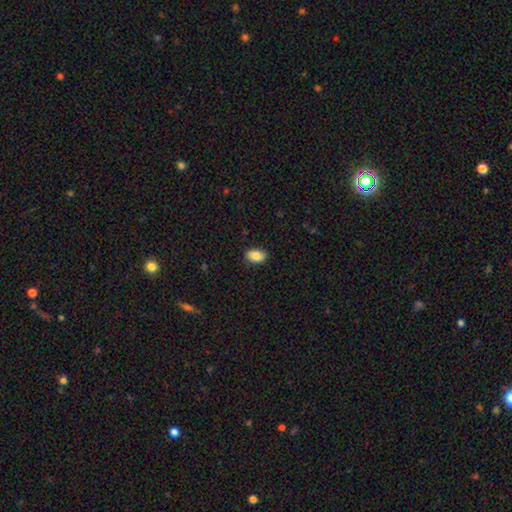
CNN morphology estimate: Overall: smooth (84%). How rounded: in between (87%). Merging: none (87%).